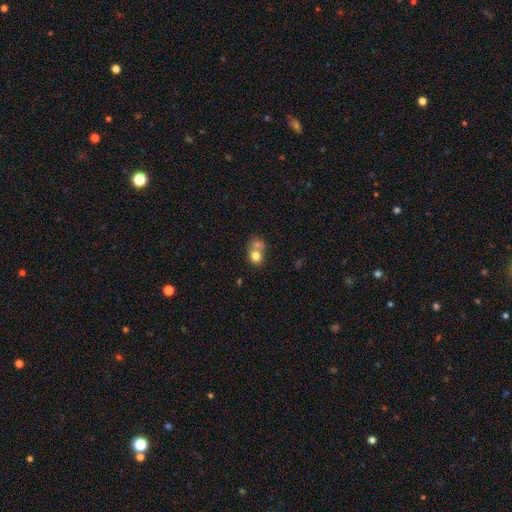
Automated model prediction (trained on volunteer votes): Morphology: type=smooth (74%); roundness=round (64%); merging=merger (62%).